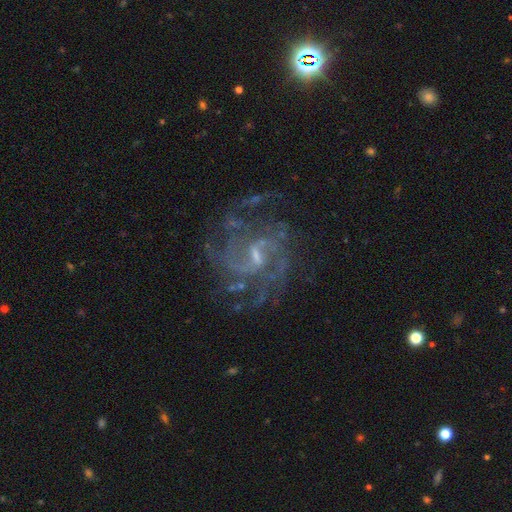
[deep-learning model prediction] This appears to be a featured or disk galaxy (86%) with a weak bar (60%), medium (50%) spiral arms (93%) and a small central bulge (59%). Merging: none (61%).